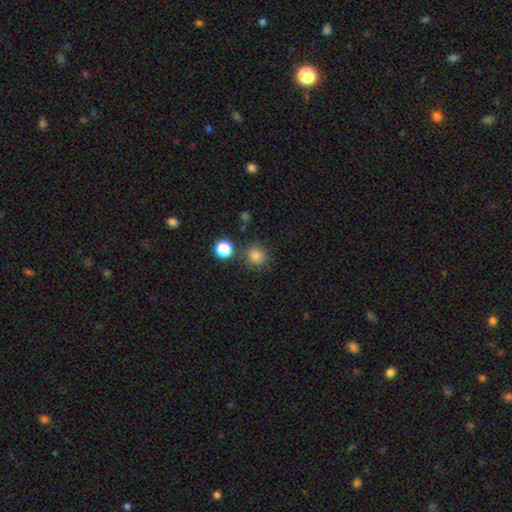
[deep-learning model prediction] A smooth galaxy with no disk features (82%) that is round (90%).

Vote fractions:
- Smooth or featured? smooth: 82% / star or artifact: 13% / featured or disk: 5%
- How rounded? round: 90% / in between: 9% / cigar-shaped: 1%
- Merging? none: 82% / minor disturbance: 9% / merger: 5% / major disturbance: 3%